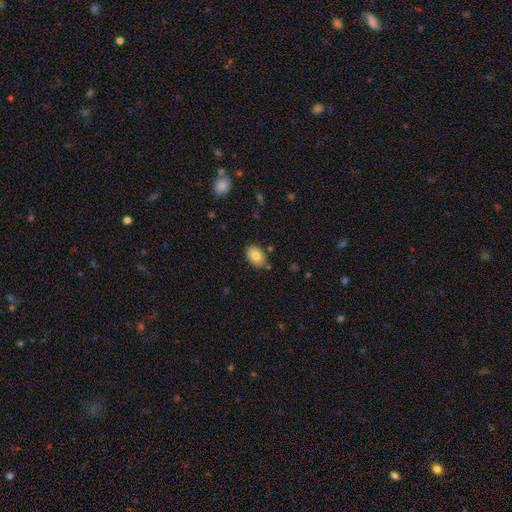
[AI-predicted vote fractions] A smooth galaxy with no disk features (80%) that is in between round and cigar-shaped (79%). Merging: none (83%).